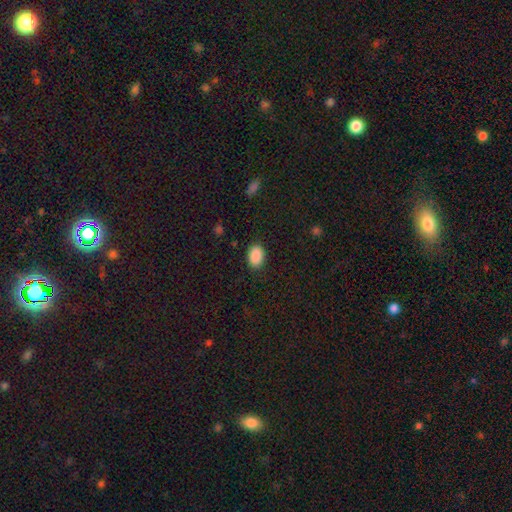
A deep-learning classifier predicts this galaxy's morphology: Smooth or featured: smooth — 89% (star or artifact — 8%)
How rounded: in between — 83% (round — 16%)
Merging: none — 88% (minor disturbance — 9%)